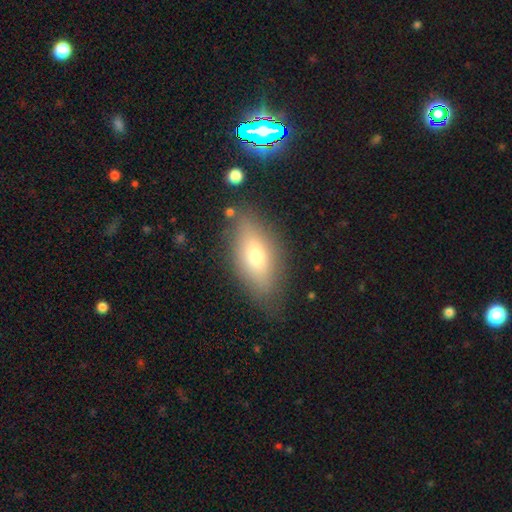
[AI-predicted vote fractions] This appears to be a smooth galaxy with no disk features (60%) that is in between round and cigar-shaped (75%). Merging: none (79%).